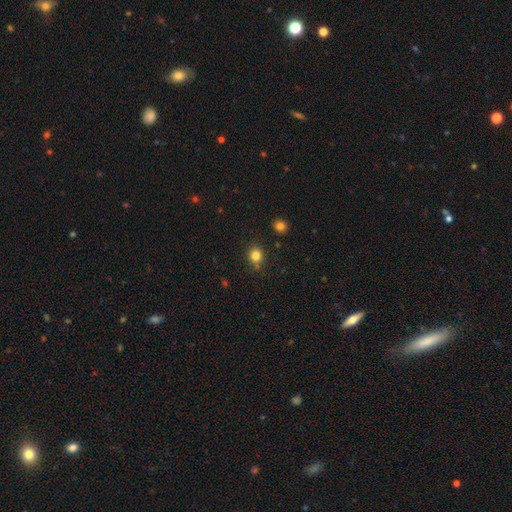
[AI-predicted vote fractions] This appears to be a smooth galaxy with no disk features (82%) that is round (83%). Merging: none (81%).